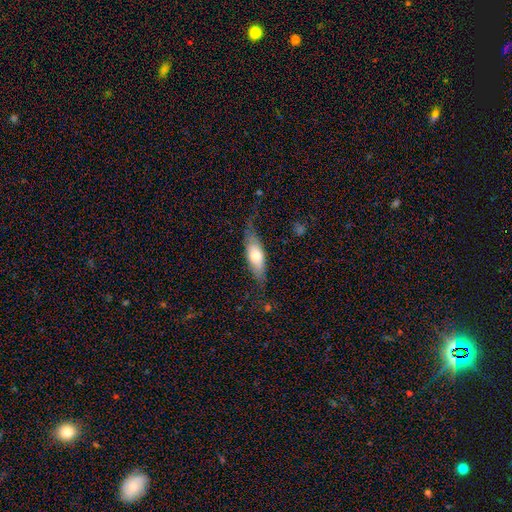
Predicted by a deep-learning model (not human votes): Smooth or featured: smooth — 59% (featured or disk — 35%)
How rounded: in between — 63% (cigar-shaped — 35%)
Merging: none — 55% (minor disturbance — 28%)